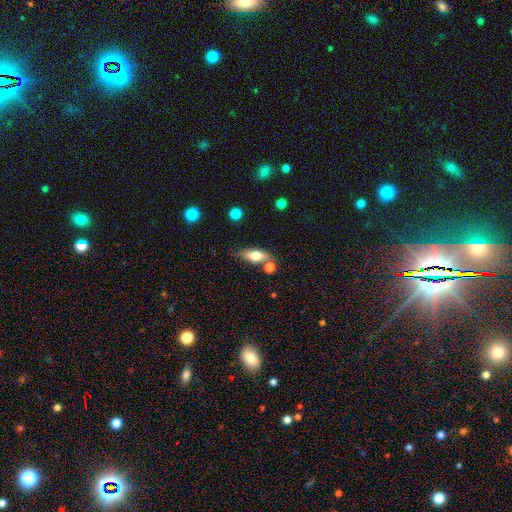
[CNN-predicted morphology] smooth-or-featured: smooth: 68% | featured or disk: 24% | star or artifact: 8%
  how-rounded: in between: 73% | cigar-shaped: 23% | round: 5%
  merging: none: 64% | minor disturbance: 17% | merger: 15% | major disturbance: 5%